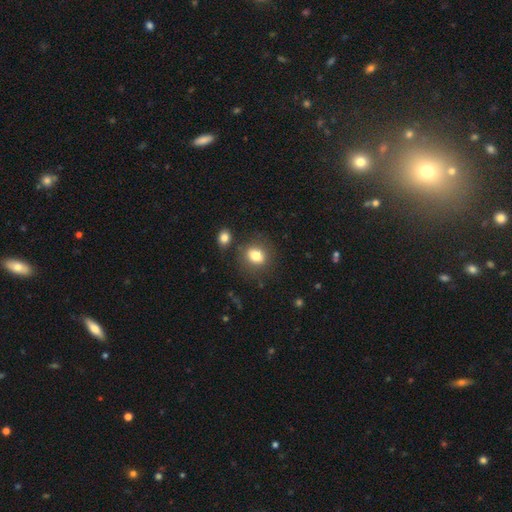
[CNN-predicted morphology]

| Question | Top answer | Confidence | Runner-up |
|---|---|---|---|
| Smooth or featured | smooth | 81% | star or artifact (10%) |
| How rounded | round | 53% | in between (46%) |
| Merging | none | 79% | minor disturbance (11%) |